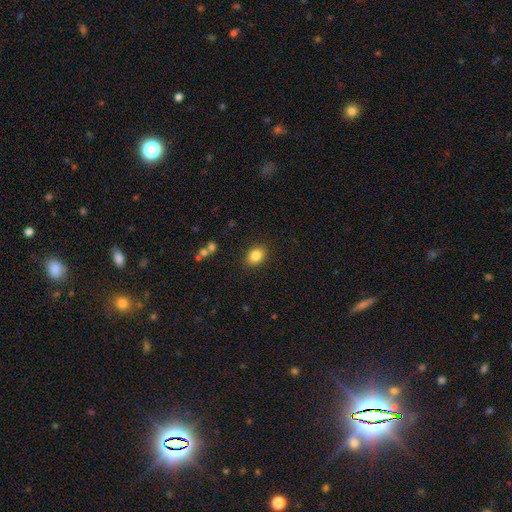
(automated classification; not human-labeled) Smooth or featured: smooth — 84% (star or artifact — 9%)
How rounded: in between — 68% (round — 31%)
Merging: none — 87% (minor disturbance — 9%)